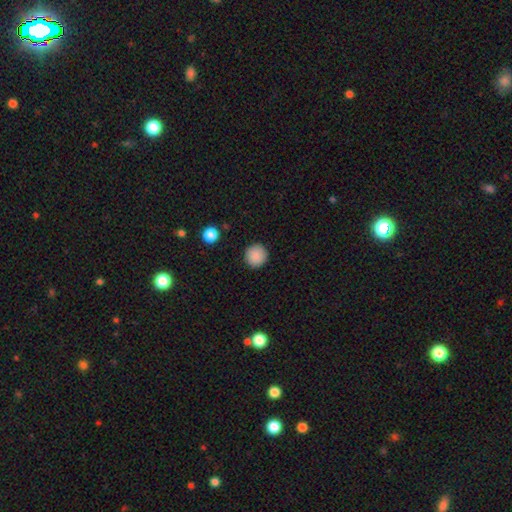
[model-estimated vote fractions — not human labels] smooth-or-featured: smooth: 88% | star or artifact: 9% | featured or disk: 3%
  how-rounded: round: 95% | in between: 4% | cigar-shaped: 1%
  merging: none: 91% | minor disturbance: 6% | major disturbance: 2% | merger: 1%